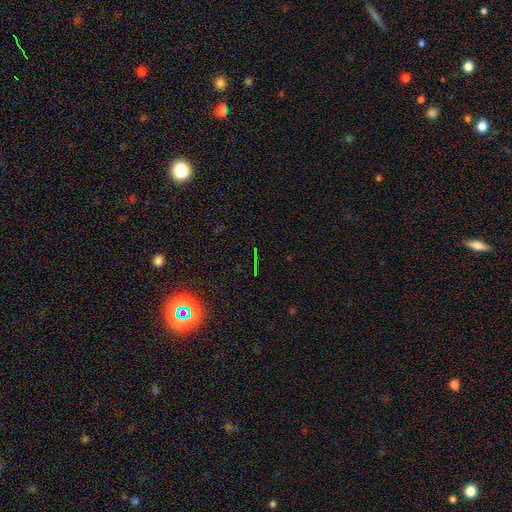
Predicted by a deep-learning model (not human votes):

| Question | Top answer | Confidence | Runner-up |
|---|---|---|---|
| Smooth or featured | star or artifact | 75% | smooth (12%) |